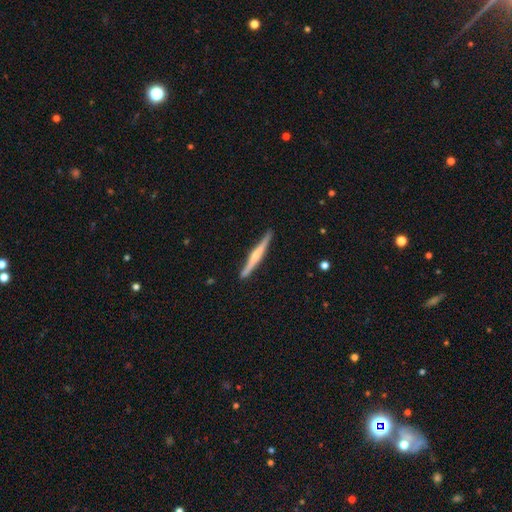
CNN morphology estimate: A featured or disk galaxy (64%) viewed edge-on (98%) with a rounded central bulge (62%). Merging: none (88%).